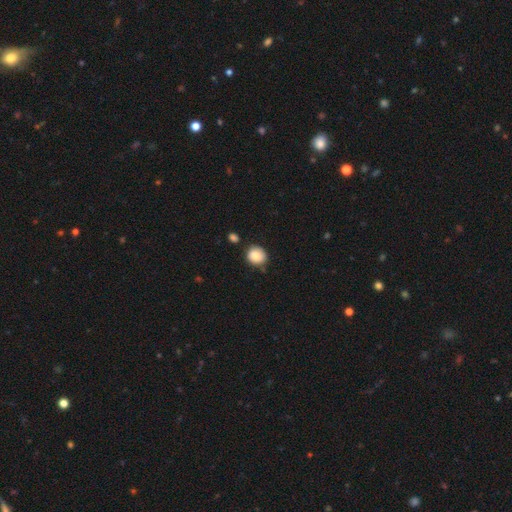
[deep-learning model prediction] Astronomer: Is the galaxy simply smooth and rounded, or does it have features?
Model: smooth — 86%.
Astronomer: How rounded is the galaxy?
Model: round — 83%.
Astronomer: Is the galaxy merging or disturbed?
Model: none — 77%.